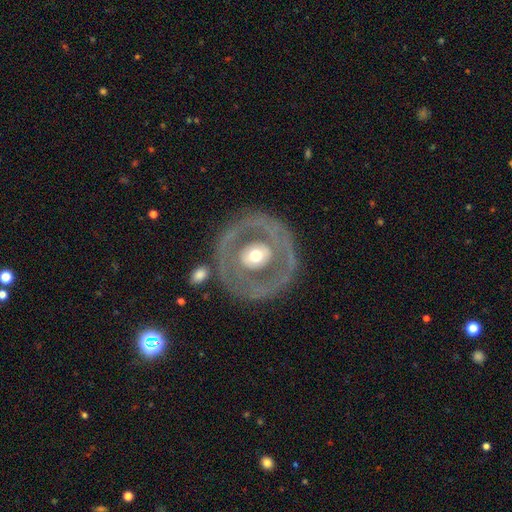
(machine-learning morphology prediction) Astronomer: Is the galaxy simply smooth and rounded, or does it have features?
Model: featured or disk — 65%.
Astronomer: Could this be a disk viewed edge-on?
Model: no — 94%.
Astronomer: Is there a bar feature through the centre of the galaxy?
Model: no — 73%.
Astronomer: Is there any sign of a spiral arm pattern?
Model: no — 79%.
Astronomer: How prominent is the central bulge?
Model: moderate — 67%.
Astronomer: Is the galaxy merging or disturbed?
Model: none — 75%.